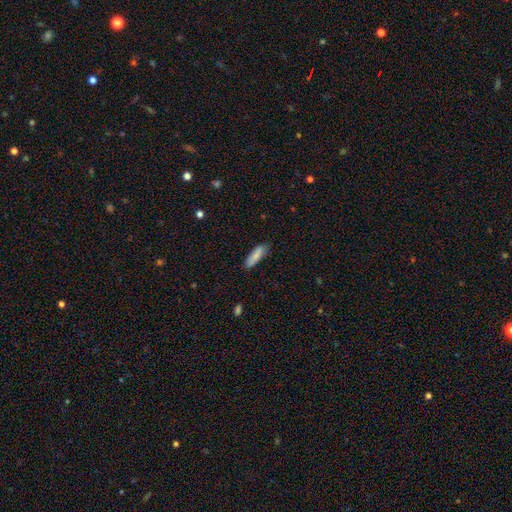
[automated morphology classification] Smooth or featured? Predicted: smooth (p=0.82). How rounded? Predicted: cigar-shaped (p=0.52). Merging? Predicted: none (p=0.81).